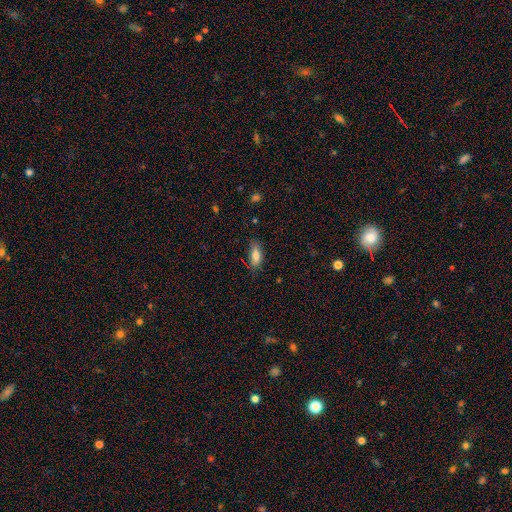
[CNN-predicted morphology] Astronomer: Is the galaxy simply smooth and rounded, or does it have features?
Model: smooth — 78%.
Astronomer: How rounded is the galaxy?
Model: in between — 78%.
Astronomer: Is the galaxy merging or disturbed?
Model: none — 76%.